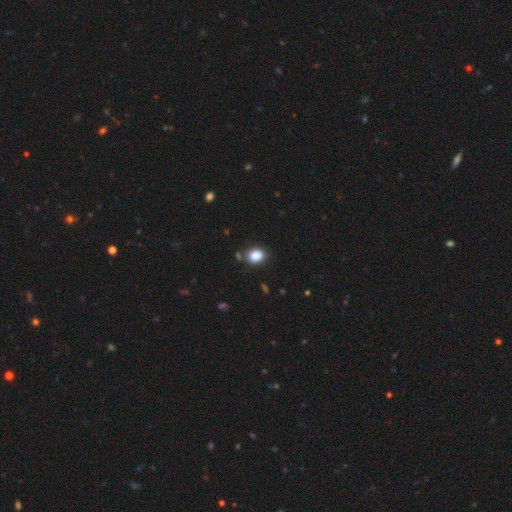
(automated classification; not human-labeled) smooth_or_featured: smooth (p=0.87) [alt: star or artifact p=0.09]
how_rounded: in between (p=0.54) [alt: round p=0.45]
merging: none (p=0.77) [alt: minor disturbance p=0.14]